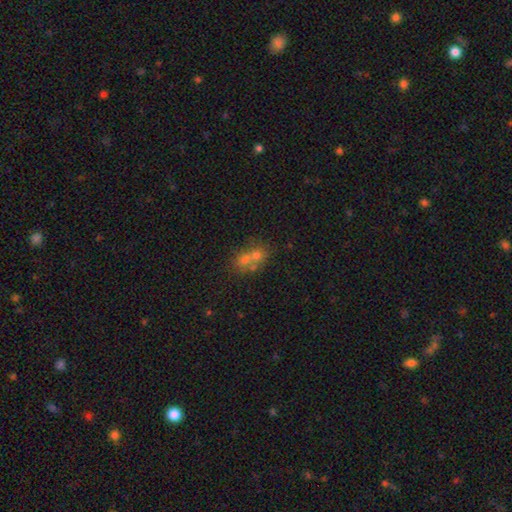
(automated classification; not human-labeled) A smooth galaxy with no disk features (52%) that is round (61%). Merging: merger (59%).